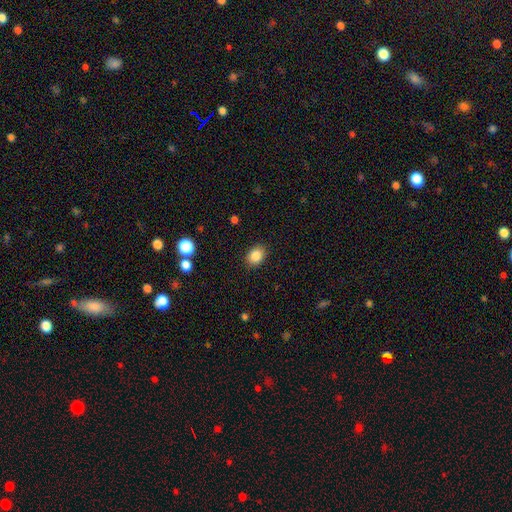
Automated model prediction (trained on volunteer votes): Morphology: type=smooth (86%); roundness=in between (60%); merging=none (87%).